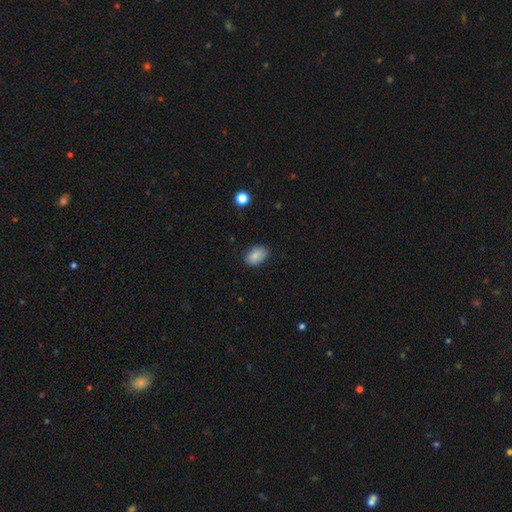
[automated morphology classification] The model was most divided on "merging": none: 77%, minor disturbance: 19%, major disturbance: 3%, merger: 1%. More confident: smooth or featured — smooth (83%); how rounded — in between (83%).